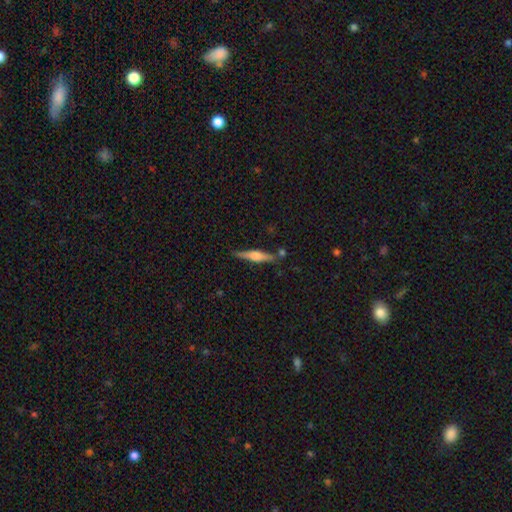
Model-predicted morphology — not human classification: Smooth or featured: featured or disk — 58% (smooth — 35%)
Edge-on disk: yes — 97% (no — 3%)
Edge-on bulge: rounded — 78% (boxy — 16%)
Merging: none — 82% (minor disturbance — 11%)